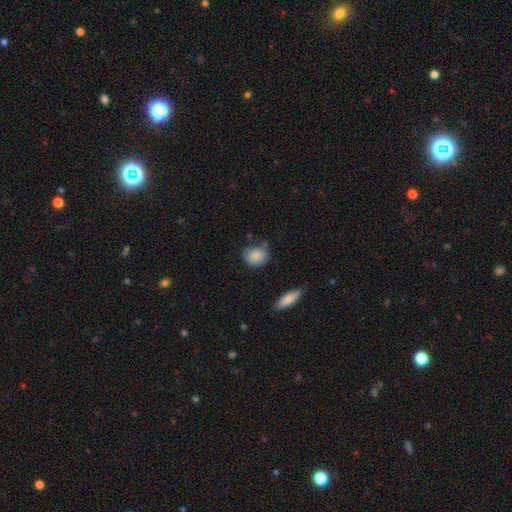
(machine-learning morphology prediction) This is clearly a smooth galaxy (86%). How rounded: possibly in between (55%). Merging: likely none (64%).